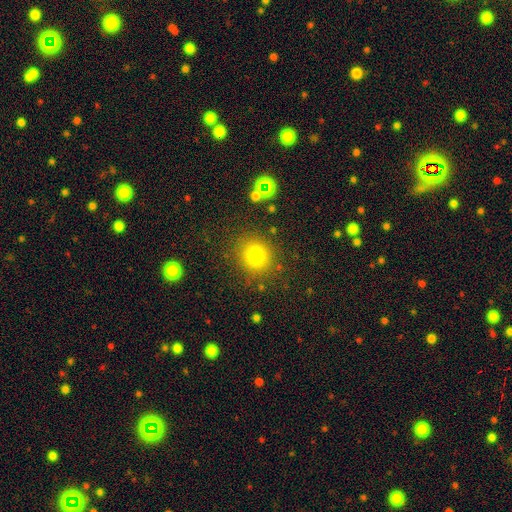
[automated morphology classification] Smooth or featured: smooth — 77% (star or artifact — 16%)
How rounded: round — 88% (in between — 11%)
Merging: none — 86% (minor disturbance — 8%)